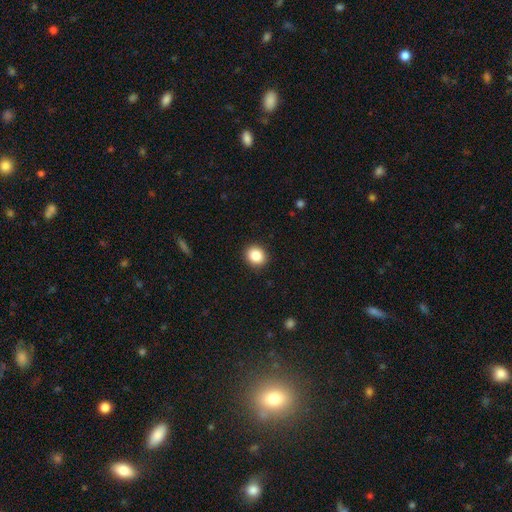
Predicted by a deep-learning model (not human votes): A smooth galaxy with no disk features (86%) that is round (76%). Merging: none (91%).